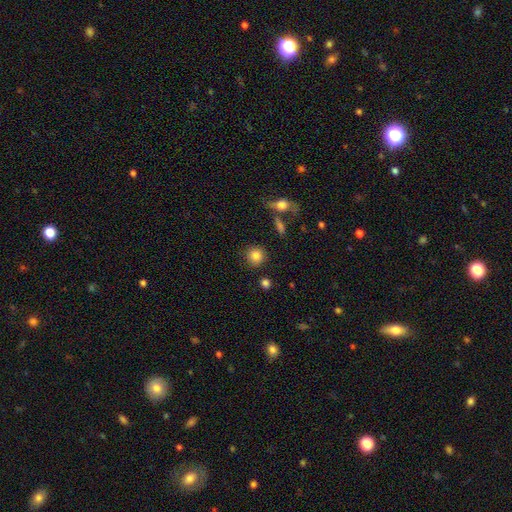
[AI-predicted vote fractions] Smooth or featured? Predicted: smooth (p=0.84). How rounded? Predicted: round (p=0.91). Merging? Predicted: none (p=0.87).